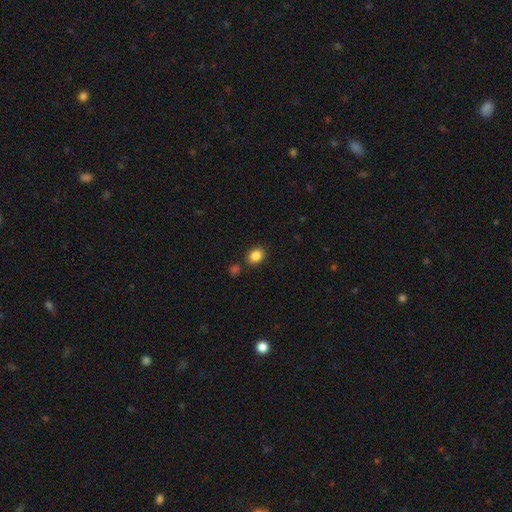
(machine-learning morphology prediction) Smooth or featured?
  - smooth: 85% *
  - star or artifact: 10%
  - featured or disk: 5%
How rounded?
  - in between: 52% *
  - round: 47%
  - cigar-shaped: 1%
Merging?
  - none: 81% *
  - minor disturbance: 10%
  - merger: 6%
  - major disturbance: 3%